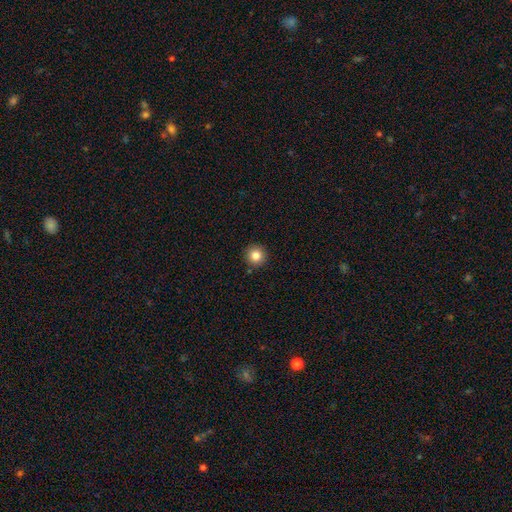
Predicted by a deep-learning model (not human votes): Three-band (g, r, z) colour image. It shows a smooth galaxy with no disk features (83%) that is round (96%). Merging: none (91%).